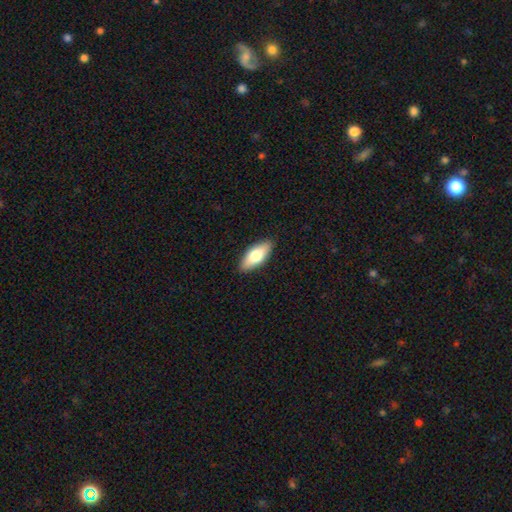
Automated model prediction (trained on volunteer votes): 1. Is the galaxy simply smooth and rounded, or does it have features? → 72% smooth, 23% featured or disk, 6% star or artifact.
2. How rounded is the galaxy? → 79% in between, 19% cigar-shaped, 2% round.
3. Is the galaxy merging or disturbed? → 88% none, 9% minor disturbance, 2% major disturbance, 1% merger.